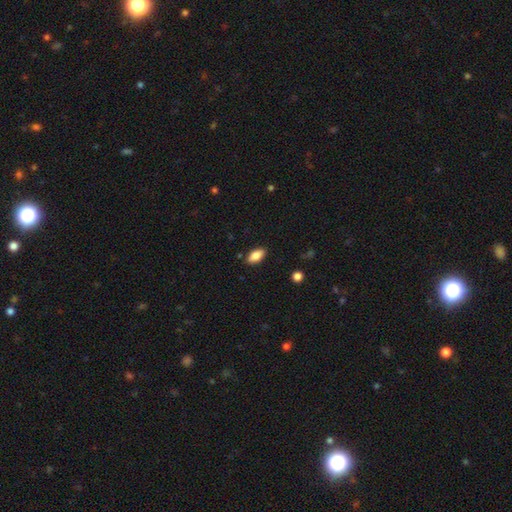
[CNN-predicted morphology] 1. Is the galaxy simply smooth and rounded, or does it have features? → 85% smooth, 8% featured or disk, 7% star or artifact.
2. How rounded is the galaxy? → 90% in between, 7% cigar-shaped, 3% round.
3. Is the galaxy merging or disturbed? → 87% none, 9% minor disturbance, 2% major disturbance, 1% merger.